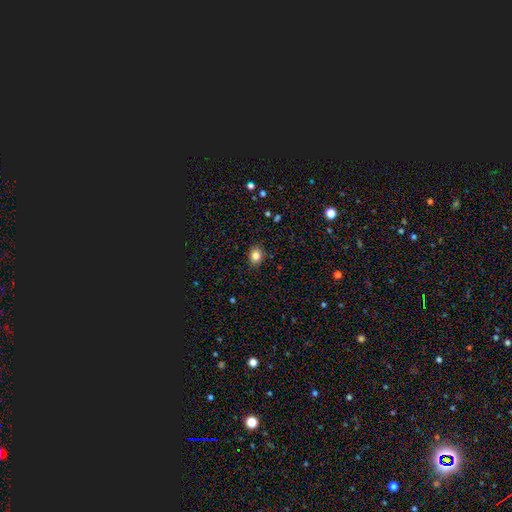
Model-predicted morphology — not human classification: Smooth or featured?
  - smooth: 84% *
  - star or artifact: 10%
  - featured or disk: 6%
How rounded?
  - in between: 53% *
  - round: 46%
  - cigar-shaped: 1%
Merging?
  - none: 88% *
  - minor disturbance: 9%
  - major disturbance: 2%
  - merger: 1%